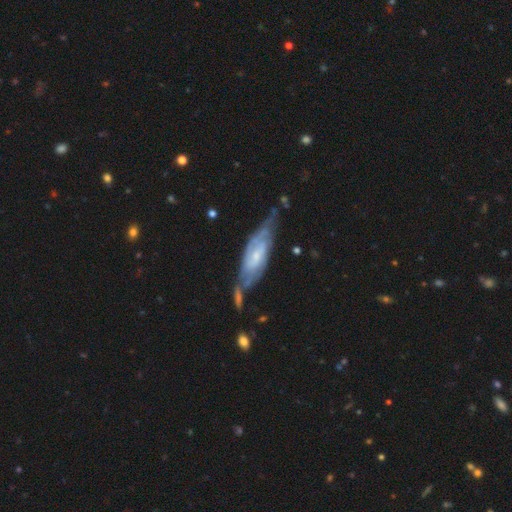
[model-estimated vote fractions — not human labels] Morphology: type=featured or disk (77%); edge-on=no (77%); bar=weak (45%); spiral arms=yes (86%); winding=tight (45%); arm count=2 (56%); bulge=small (59%); merging=none (50%).